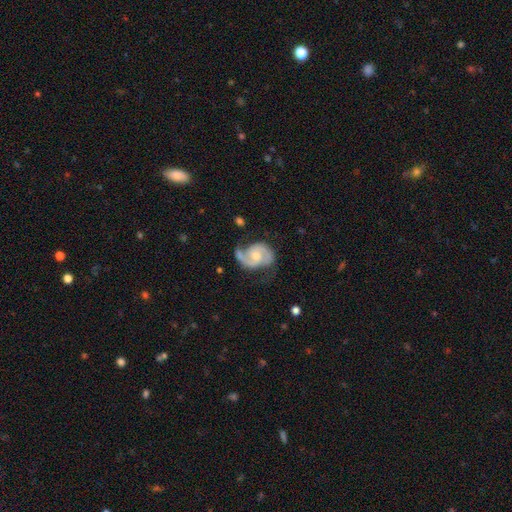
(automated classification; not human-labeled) The model was most divided on "bulge size": moderate: 51%, small: 36%, none: 7%, large: 4%, dominant: 1%. More confident: edge-on disk — no (98%); spiral arms — yes (98%); spiral arm count — 2 (92%); smooth or featured — featured or disk (90%); merging — none (66%); bar — no (56%); spiral winding — medium (56%).